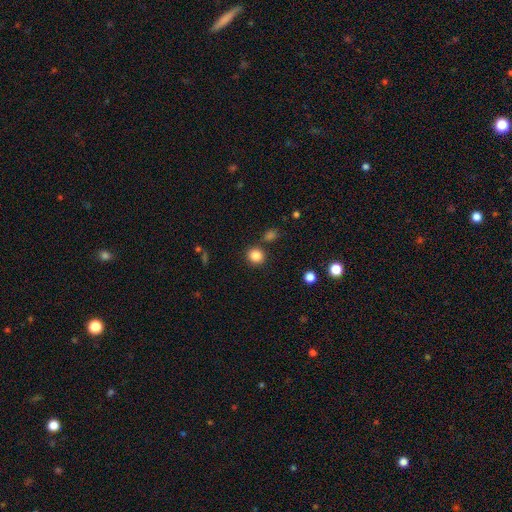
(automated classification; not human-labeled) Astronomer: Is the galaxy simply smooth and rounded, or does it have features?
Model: smooth — 85%.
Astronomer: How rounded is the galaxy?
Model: round — 90%.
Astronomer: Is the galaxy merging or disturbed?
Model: none — 84%.